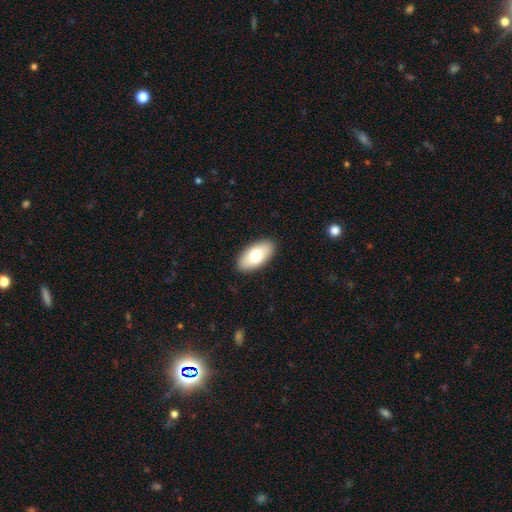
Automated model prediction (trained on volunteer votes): Overall: smooth (75%). How rounded: in between (94%). Merging: none (89%).